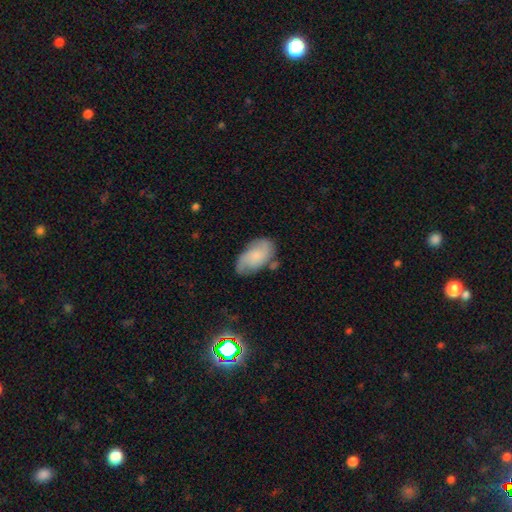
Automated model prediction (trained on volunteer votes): Smooth or featured?
  - smooth: 49% *
  - featured or disk: 43%
  - star or artifact: 8%
Merging?
  - none: 65% *
  - minor disturbance: 24%
  - major disturbance: 7%
  - merger: 5%